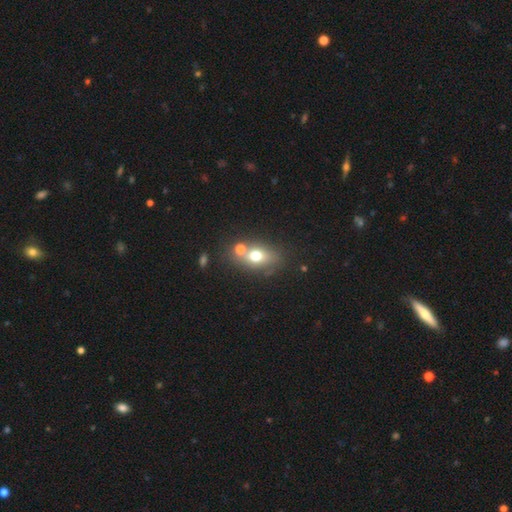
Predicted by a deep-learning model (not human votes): The model was most divided on "merging": none: 54%, merger: 29%, minor disturbance: 12%, major disturbance: 5%. More confident: how rounded — in between (66%); smooth or featured — smooth (65%).